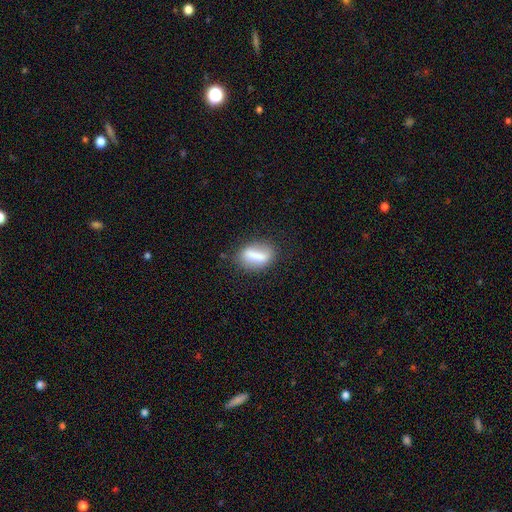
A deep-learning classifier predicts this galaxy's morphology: Q: Smooth or featured?
A: smooth (70%); runner-up: featured or disk (21%)
Q: How rounded?
A: in between (69%); runner-up: cigar-shaped (20%)
Q: Merging?
A: none (71%); runner-up: minor disturbance (18%)